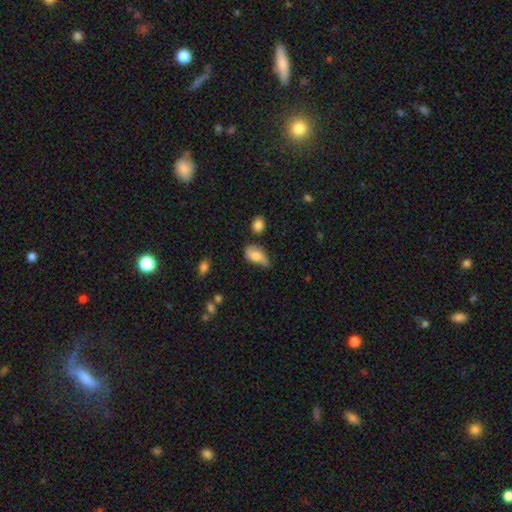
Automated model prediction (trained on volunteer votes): The model was most divided on "merging": minor disturbance: 44%, none: 36%, major disturbance: 15%, merger: 5%. More confident: how rounded — in between (88%); smooth or featured — smooth (68%).